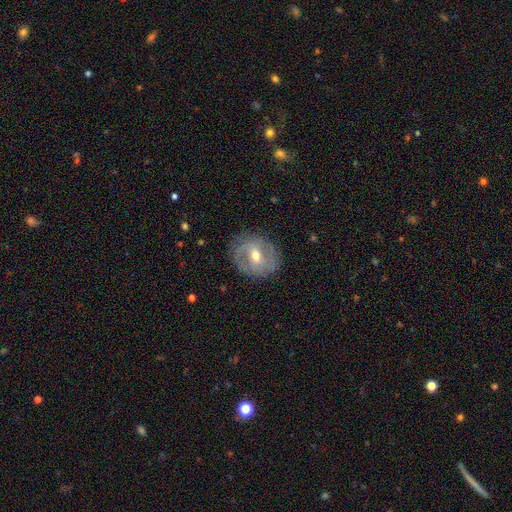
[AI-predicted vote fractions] Smooth or featured? featured or disk (65%)
Edge-on disk? no (95%)
Bar? weak (48%)
Spiral arms? yes (62%)
Bulge size? moderate (67%)
Merging? none (80%)